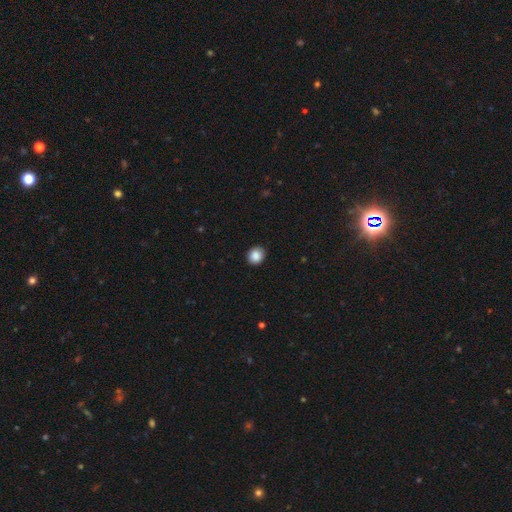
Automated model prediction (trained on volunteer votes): Smooth or featured?
  - smooth: 88% *
  - star or artifact: 9%
  - featured or disk: 3%
How rounded?
  - round: 74% *
  - in between: 25%
  - cigar-shaped: 1%
Merging?
  - none: 89% *
  - minor disturbance: 9%
  - major disturbance: 2%
  - merger: 1%